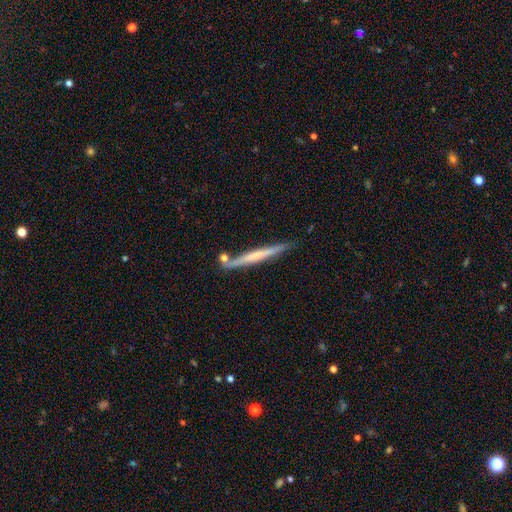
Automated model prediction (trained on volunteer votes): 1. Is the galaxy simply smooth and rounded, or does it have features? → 55% featured or disk, 40% smooth, 6% star or artifact.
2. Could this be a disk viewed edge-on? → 96% yes, 4% no.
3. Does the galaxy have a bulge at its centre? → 66% none, 23% rounded, 11% boxy.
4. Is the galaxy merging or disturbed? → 76% none, 14% minor disturbance, 8% merger, 3% major disturbance.